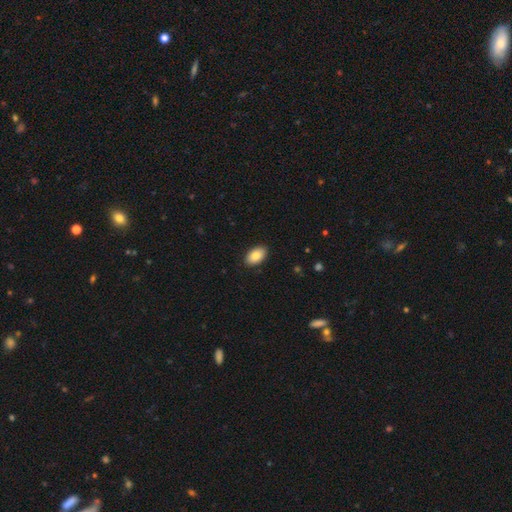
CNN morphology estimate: smooth-or-featured: smooth: 87% | star or artifact: 7% | featured or disk: 6%
  how-rounded: in between: 94% | round: 5% | cigar-shaped: 1%
  merging: none: 89% | minor disturbance: 8% | major disturbance: 2% | merger: 1%